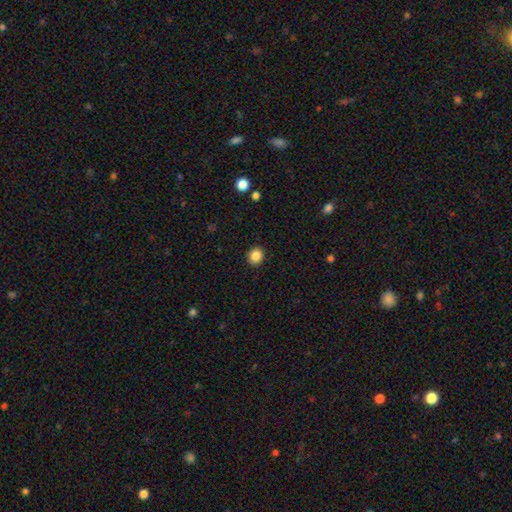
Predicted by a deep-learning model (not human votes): A smooth galaxy with no disk features (86%) that is round (80%). Merging: none (91%).